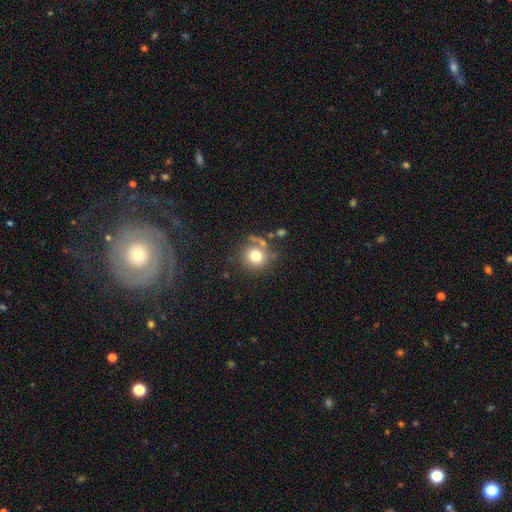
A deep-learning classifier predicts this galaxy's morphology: Overall: smooth (76%). How rounded: round (89%). Merging: none (64%).